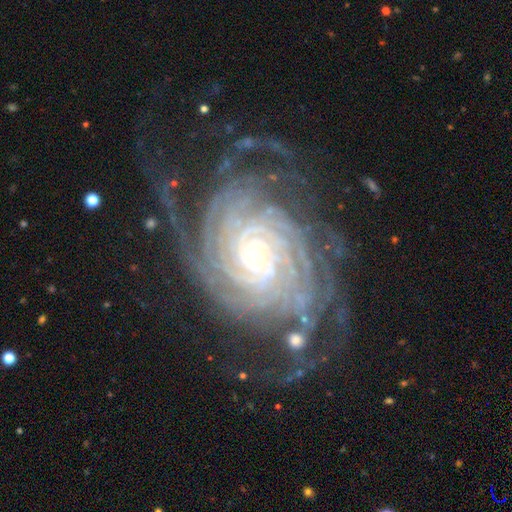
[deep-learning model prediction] The model was most divided on "spiral arm count": more than 4: 33%, 4: 19%, can't tell: 17%, 3: 11%, 2: 11%, 1: 9%. More confident: spiral arms — yes (99%); edge-on disk — no (97%); smooth or featured — featured or disk (92%); spiral winding — tight (84%); bulge size — small (74%); merging — none (68%); bar — no (67%).